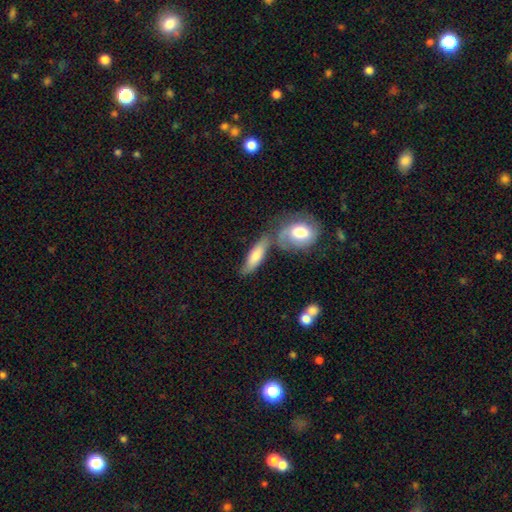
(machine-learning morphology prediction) Q: Smooth or featured?
A: smooth (67%); runner-up: featured or disk (26%)
Q: How rounded?
A: in between (57%); runner-up: cigar-shaped (39%)
Q: Merging?
A: none (44%); runner-up: merger (34%)